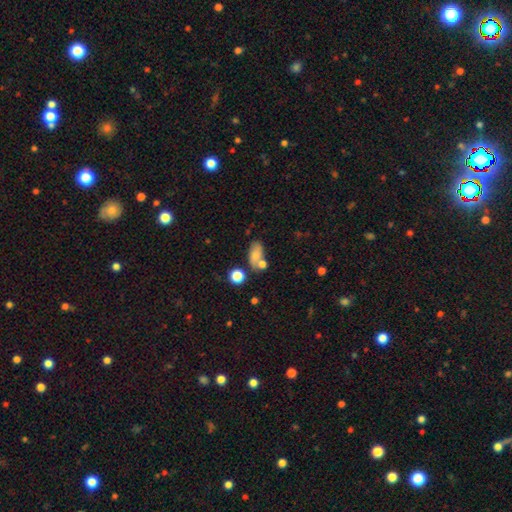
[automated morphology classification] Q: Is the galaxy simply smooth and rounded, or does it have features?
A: smooth — 74%.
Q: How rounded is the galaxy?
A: in between — 85%.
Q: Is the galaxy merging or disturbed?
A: none — 48%.